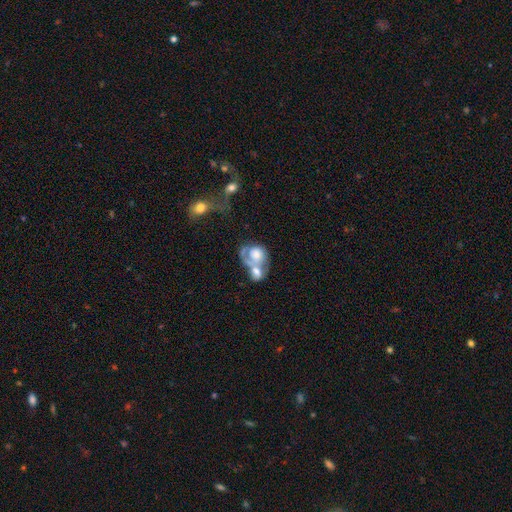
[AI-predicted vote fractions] A smooth galaxy with no disk features (47%).

Vote fractions:
- Smooth or featured? smooth: 47% / featured or disk: 45% / star or artifact: 7%
- Merging? merger: 70% / major disturbance: 12% / none: 12% / minor disturbance: 7%